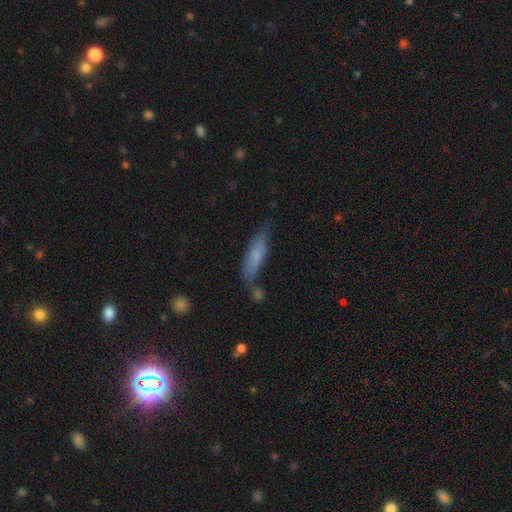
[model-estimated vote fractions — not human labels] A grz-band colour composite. It shows a smooth galaxy with no disk features (71%) that is cigar-shaped (66%). Merging: none (61%).